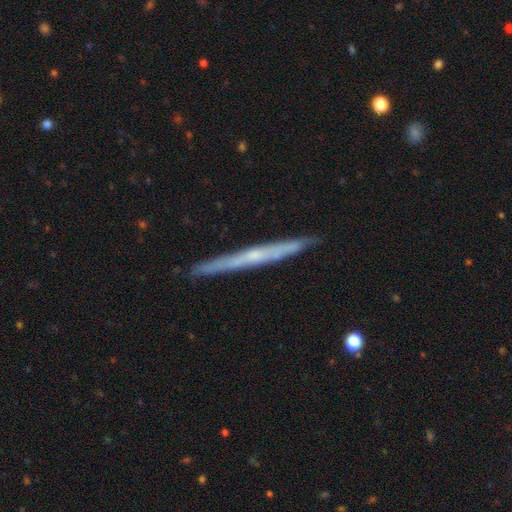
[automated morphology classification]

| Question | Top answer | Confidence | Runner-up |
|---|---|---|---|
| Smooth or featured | featured or disk | 68% | smooth (26%) |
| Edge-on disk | yes | 97% | no (3%) |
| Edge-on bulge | none | 63% | rounded (32%) |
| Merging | none | 90% | minor disturbance (8%) |